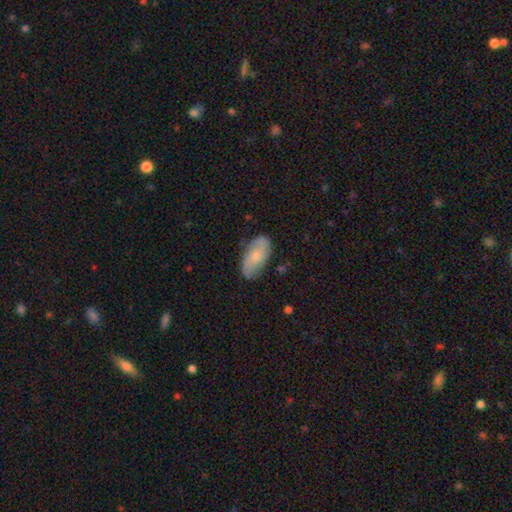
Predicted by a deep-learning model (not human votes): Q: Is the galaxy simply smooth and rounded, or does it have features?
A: smooth — 54%.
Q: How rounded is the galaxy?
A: in between — 92%.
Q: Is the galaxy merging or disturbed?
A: none — 75%.